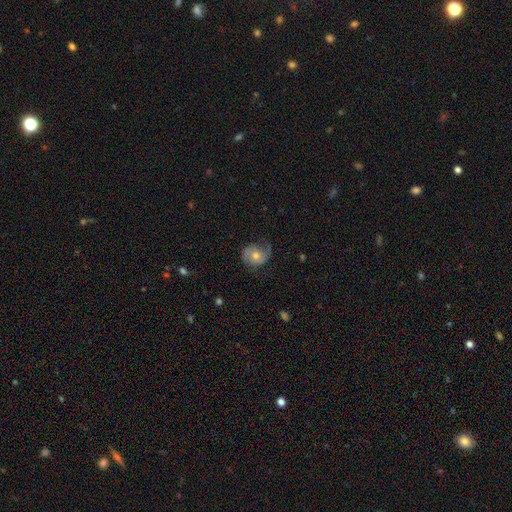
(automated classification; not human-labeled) Smooth or featured?
  - featured or disk: 67% *
  - smooth: 25%
  - star or artifact: 8%
Edge-on disk?
  - no: 97% *
  - yes: 3%
Bar?
  - no: 76% *
  - weak: 20%
  - strong: 4%
Spiral arms?
  - yes: 90% *
  - no: 10%
Spiral winding?
  - medium: 42% *
  - tight: 33%
  - loose: 26%
Spiral arm count?
  - 2: 64% *
  - 1: 21%
  - can't tell: 10%
  - 3: 3%
  - 4: 1%
  - more than 4: 1%
Bulge size?
  - moderate: 61% *
  - small: 33%
  - large: 4%
  - none: 2%
  - dominant: 1%
Merging?
  - none: 63% *
  - minor disturbance: 22%
  - major disturbance: 13%
  - merger: 1%